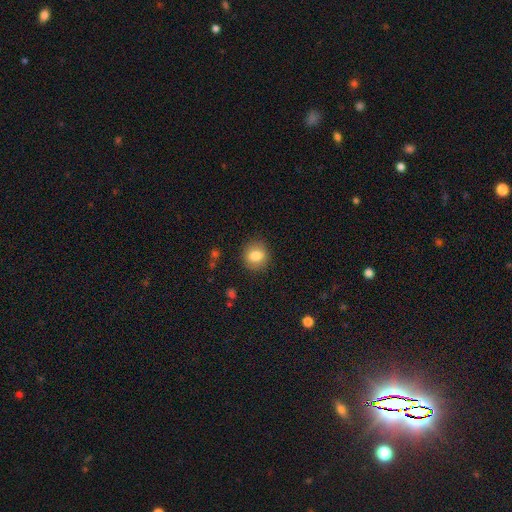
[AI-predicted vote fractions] Smooth or featured? Predicted: smooth (p=0.82). How rounded? Predicted: round (p=0.82). Merging? Predicted: none (p=0.87).